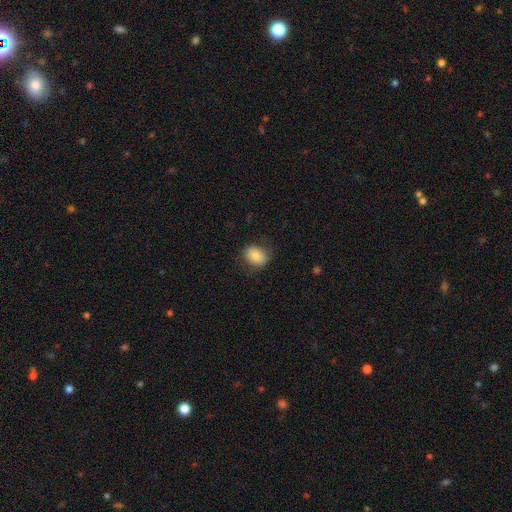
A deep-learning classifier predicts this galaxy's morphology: A smooth galaxy with no disk features (82%) that is in between round and cigar-shaped (54%).

Vote fractions:
- Smooth or featured? smooth: 82% / featured or disk: 10% / star or artifact: 8%
- How rounded? in between: 54% / round: 45% / cigar-shaped: 1%
- Merging? none: 79% / minor disturbance: 15% / major disturbance: 5% / merger: 1%